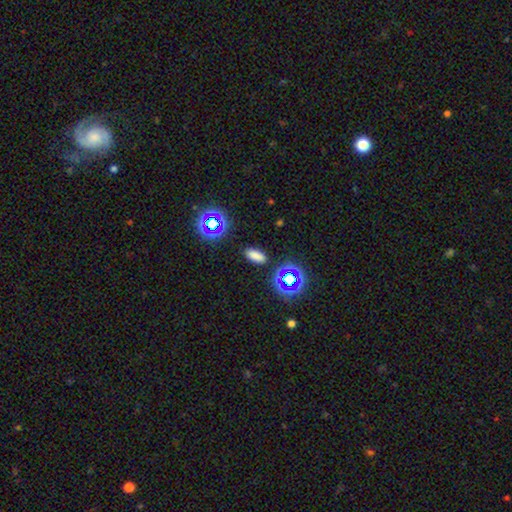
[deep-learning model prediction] The model was most divided on "smooth or featured": smooth: 76%, star or artifact: 19%, featured or disk: 5%. More confident: merging — none (87%); how rounded — in between (80%).